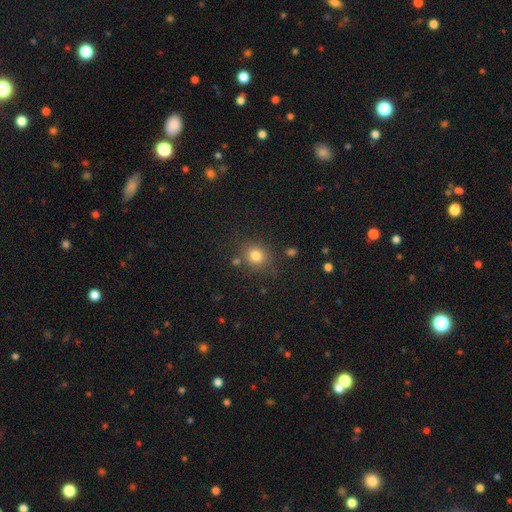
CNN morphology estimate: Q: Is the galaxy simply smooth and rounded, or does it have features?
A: smooth — 80%.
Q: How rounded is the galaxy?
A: round — 81%.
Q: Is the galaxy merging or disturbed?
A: none — 77%.